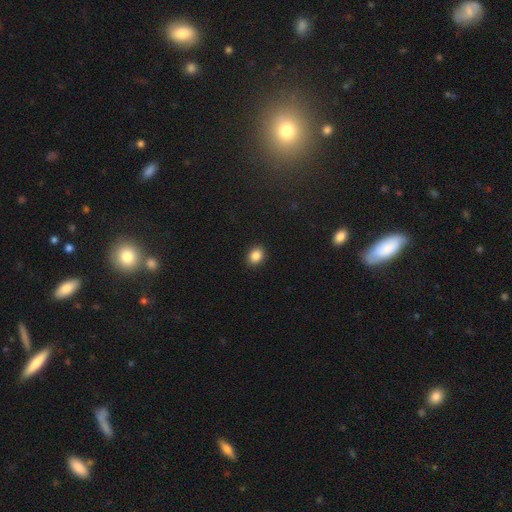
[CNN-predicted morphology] Smooth or featured: smooth — 87% (star or artifact — 10%)
How rounded: in between — 50% (round — 49%)
Merging: none — 91% (minor disturbance — 6%)